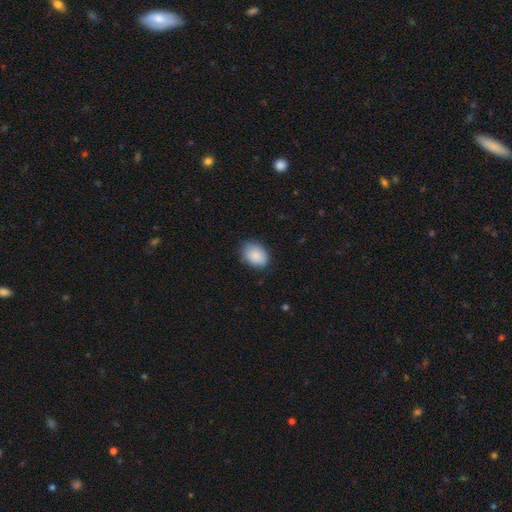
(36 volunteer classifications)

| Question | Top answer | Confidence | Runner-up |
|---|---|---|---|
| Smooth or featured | smooth | 92% | star or artifact (6%) |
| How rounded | in between | 82% | round (18%) |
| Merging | none | 65% | minor disturbance (24%) |